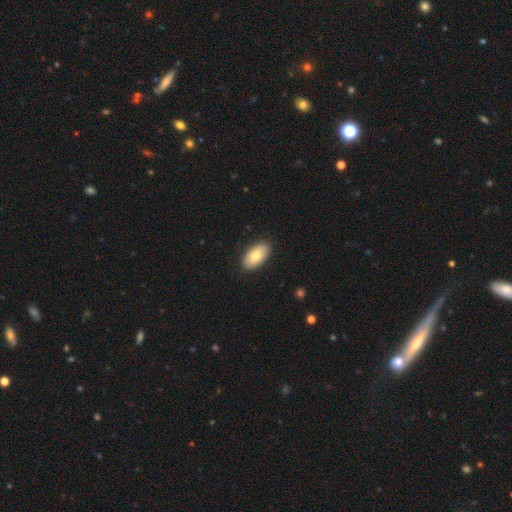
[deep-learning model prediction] Smooth or featured: smooth — 81% (featured or disk — 13%)
How rounded: in between — 94% (round — 3%)
Merging: none — 89% (minor disturbance — 8%)